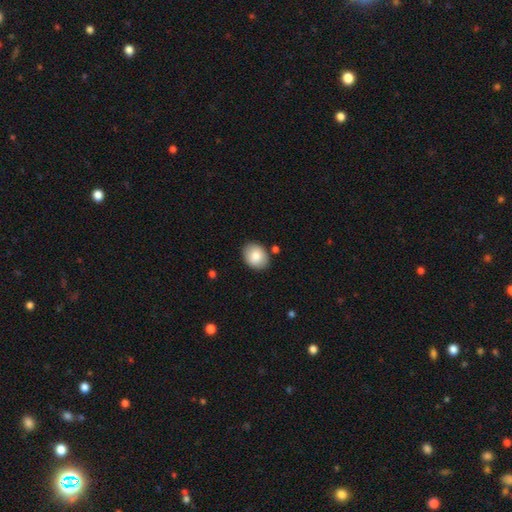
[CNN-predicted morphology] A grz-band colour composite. It shows a smooth galaxy with no disk features (83%) that is in between round and cigar-shaped (50%). Merging: none (85%).